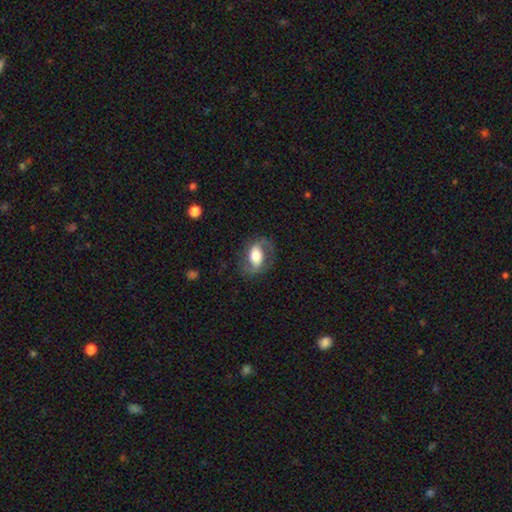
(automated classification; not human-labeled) A featured or disk galaxy (55%) with no bar (40%), spiral arms (76%) and a moderate central bulge (49%).

Vote fractions:
- Smooth or featured? featured or disk: 55% / smooth: 38% / star or artifact: 7%
- Edge-on disk? no: 94% / yes: 6%
- Bar? no: 40% / weak: 32% / strong: 28%
- Spiral arms? yes: 76% / no: 24%
- Bulge size? moderate: 49% / large: 36% / small: 8% / dominant: 5% / none: 2%
- Merging? none: 69% / minor disturbance: 18% / major disturbance: 12% / merger: 1%